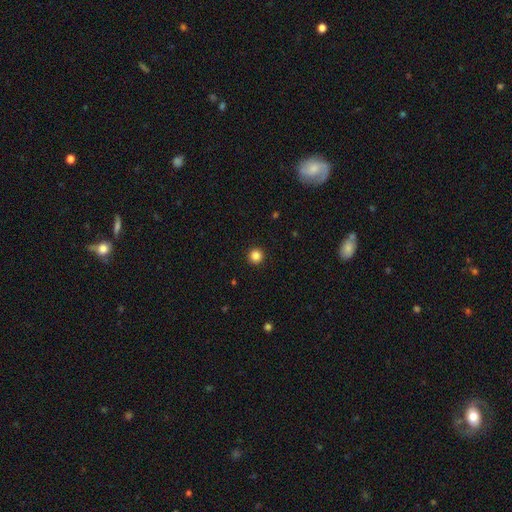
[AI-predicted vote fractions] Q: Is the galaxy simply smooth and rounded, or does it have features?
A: smooth — 85%.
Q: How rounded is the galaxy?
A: round — 96%.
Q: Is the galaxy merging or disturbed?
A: none — 93%.